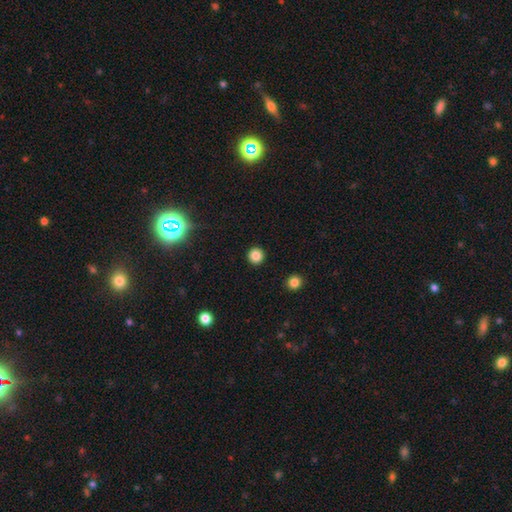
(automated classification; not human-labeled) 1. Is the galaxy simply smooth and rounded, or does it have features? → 84% smooth, 12% star or artifact, 4% featured or disk.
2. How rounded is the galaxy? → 95% round, 4% in between, 1% cigar-shaped.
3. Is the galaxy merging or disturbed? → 93% none, 4% minor disturbance, 2% major disturbance, 1% merger.